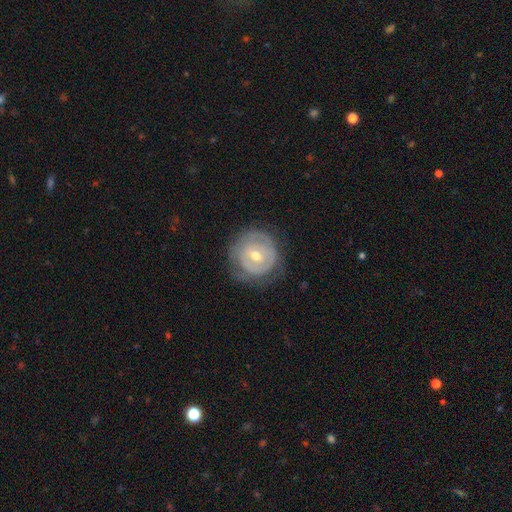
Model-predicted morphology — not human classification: smooth_or_featured: featured or disk (p=0.68) [alt: smooth p=0.26]
disk_edge_on: no (p=0.96) [alt: yes p=0.04]
bar: no (p=0.51) [alt: weak p=0.36]
has_spiral_arms: yes (p=0.55) [alt: no p=0.45]
bulge_size: moderate (p=0.65) [alt: small p=0.31]
merging: none (p=0.73) [alt: minor disturbance p=0.18]